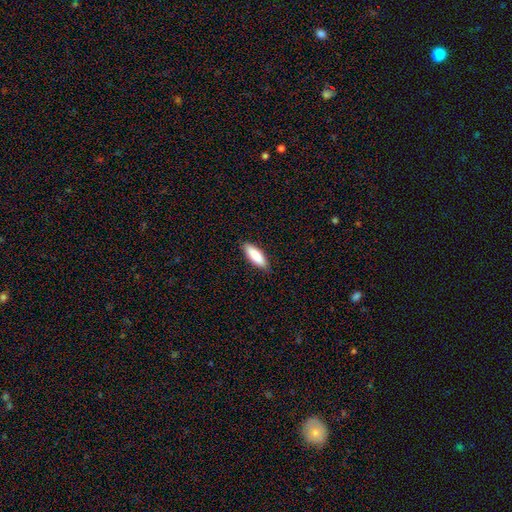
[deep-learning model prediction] This is clearly a smooth galaxy (87%). How rounded: possibly in between (58%). Merging: clearly none (87%).